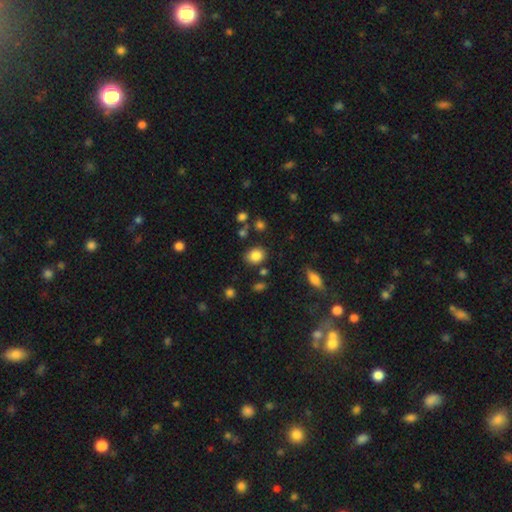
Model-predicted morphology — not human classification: A smooth galaxy with no disk features (84%) that is round (50%).

Vote fractions:
- Smooth or featured? smooth: 84% / star or artifact: 10% / featured or disk: 6%
- How rounded? round: 50% / in between: 49% / cigar-shaped: 1%
- Merging? none: 82% / minor disturbance: 11% / merger: 4% / major disturbance: 3%